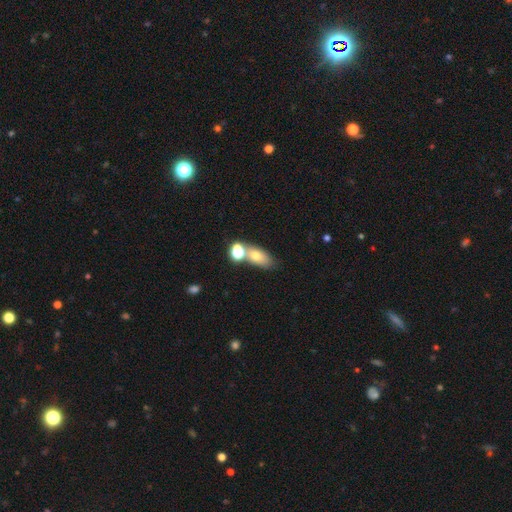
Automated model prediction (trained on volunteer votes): Morphology: type=smooth (68%); roundness=in between (76%); merging=none (44%).